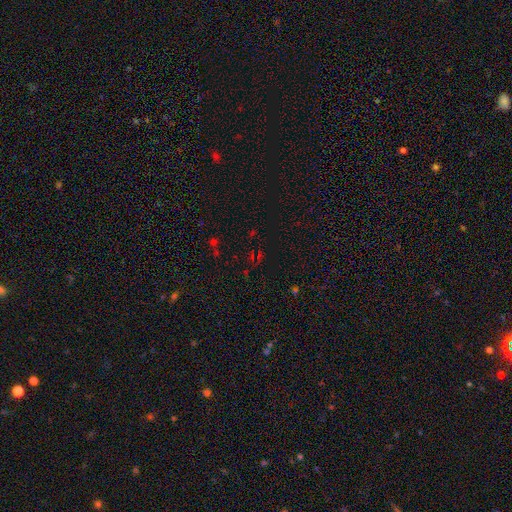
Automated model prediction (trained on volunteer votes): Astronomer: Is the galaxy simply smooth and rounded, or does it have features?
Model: star or artifact — 69%.